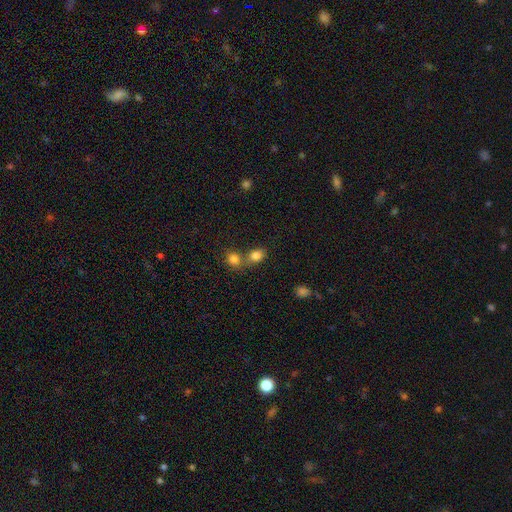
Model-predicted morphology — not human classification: This is clearly a smooth galaxy (82%). How rounded: possibly in between (58%). Merging: possibly merger (46%).